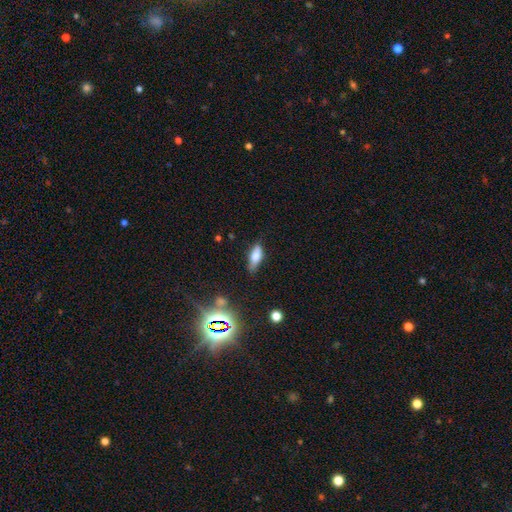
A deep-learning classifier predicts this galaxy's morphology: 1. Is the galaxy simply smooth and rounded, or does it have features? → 63% smooth, 27% featured or disk, 10% star or artifact.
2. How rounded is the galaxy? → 69% in between, 28% cigar-shaped, 3% round.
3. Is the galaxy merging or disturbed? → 74% none, 20% minor disturbance, 4% major disturbance, 2% merger.